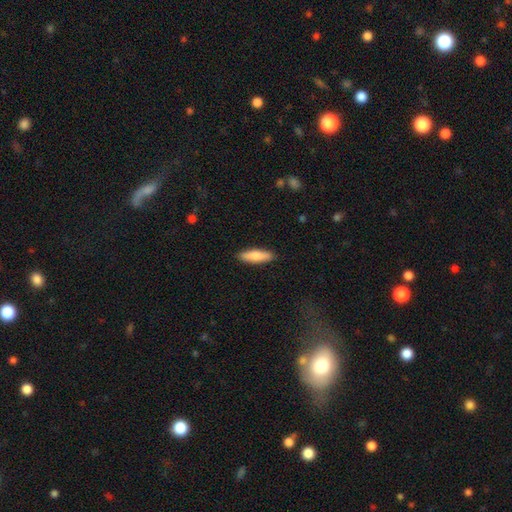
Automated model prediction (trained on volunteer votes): smooth 79%, featured or disk 16%, star or artifact 5%. Down the decision tree: how rounded — cigar-shaped (63%); merging — none (90%).